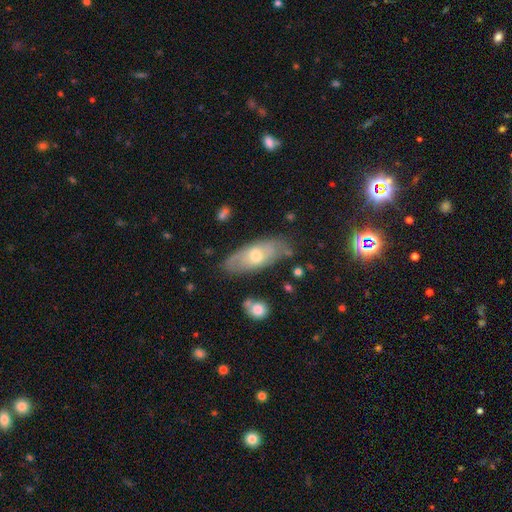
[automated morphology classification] Q: Smooth or featured?
A: featured or disk (50%); runner-up: smooth (39%)
Q: Edge-on disk?
A: no (75%); runner-up: yes (25%)
Q: Merging?
A: none (77%); runner-up: minor disturbance (16%)